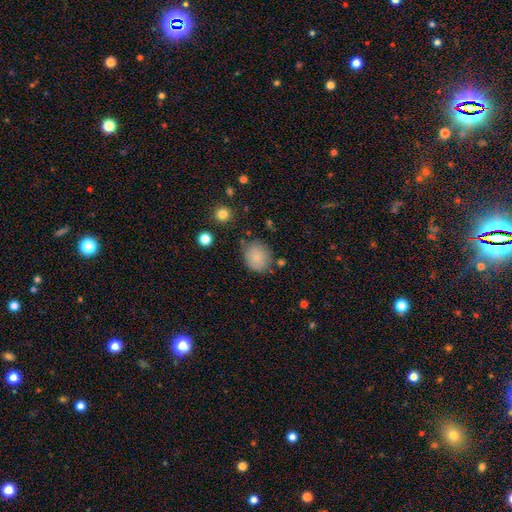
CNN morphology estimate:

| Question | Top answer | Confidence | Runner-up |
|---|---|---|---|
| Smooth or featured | smooth | 81% | featured or disk (9%) |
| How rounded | round | 65% | in between (35%) |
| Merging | none | 75% | minor disturbance (17%) |